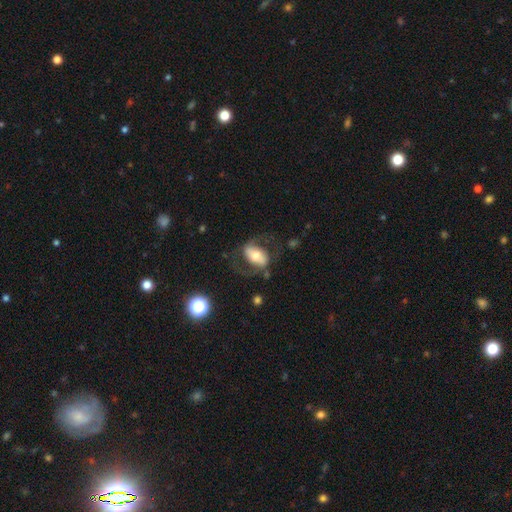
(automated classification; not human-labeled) Overall: featured or disk (60%; smooth 33%). Edge-on disk: no (93%). Bar: strong (43%; no 29%). Spiral arms: yes (76%). Bulge size: moderate (56%; small 21%). Merging: none (61%).